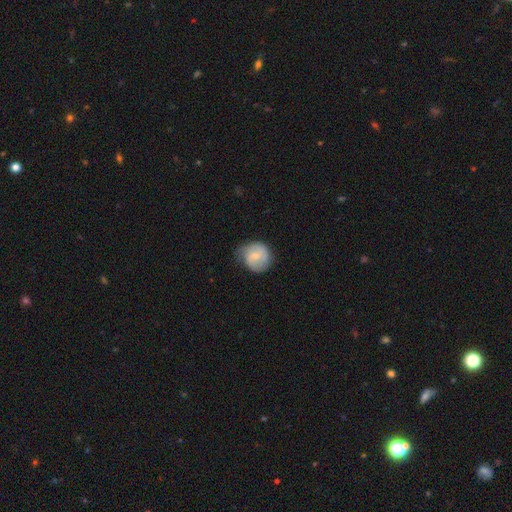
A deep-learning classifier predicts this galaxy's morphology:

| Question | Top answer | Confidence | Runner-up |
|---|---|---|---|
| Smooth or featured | featured or disk | 49% | smooth (45%) |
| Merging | none | 62% | minor disturbance (28%) |